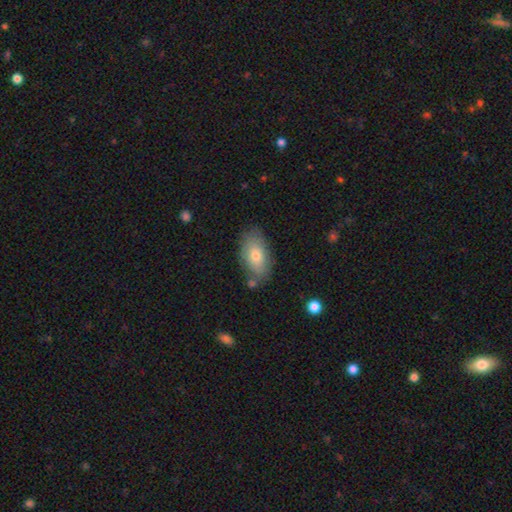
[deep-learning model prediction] Q: Smooth or featured?
A: smooth (72%); runner-up: featured or disk (21%)
Q: How rounded?
A: in between (92%); runner-up: round (5%)
Q: Merging?
A: none (75%); runner-up: minor disturbance (16%)